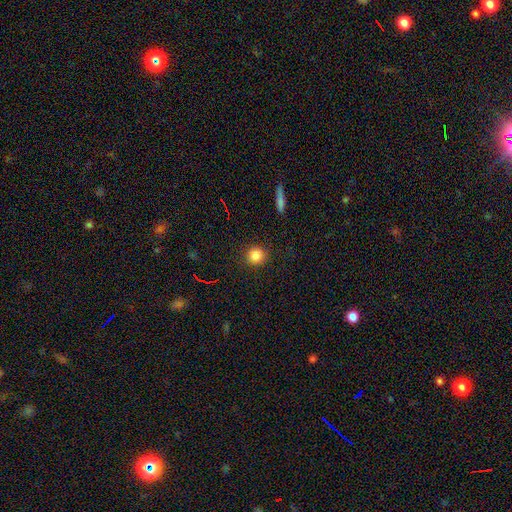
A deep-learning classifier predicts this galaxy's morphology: smooth_or_featured: smooth (p=0.84) [alt: star or artifact p=0.11]
how_rounded: round (p=0.89) [alt: in between p=0.10]
merging: none (p=0.91) [alt: minor disturbance p=0.06]